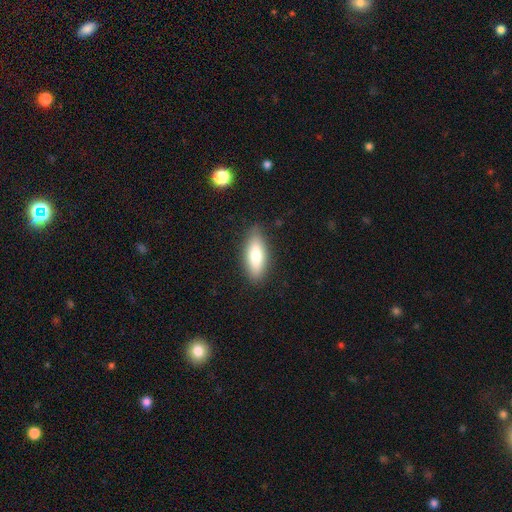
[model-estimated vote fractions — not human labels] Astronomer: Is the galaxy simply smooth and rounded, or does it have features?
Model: smooth — 76%.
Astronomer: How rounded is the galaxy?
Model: in between — 68%.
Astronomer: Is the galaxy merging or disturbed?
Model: none — 85%.